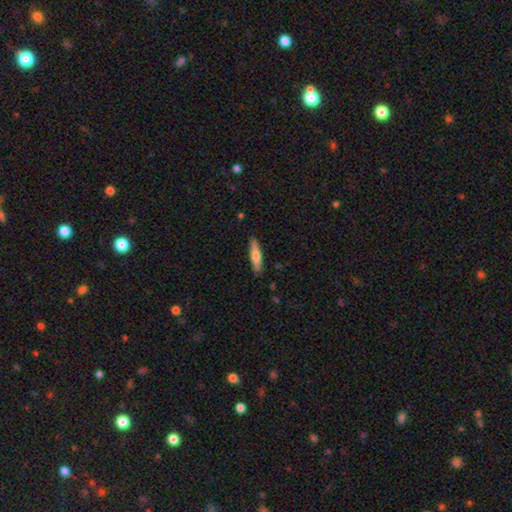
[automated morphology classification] The model was most divided on "smooth or featured": smooth: 60%, featured or disk: 34%, star or artifact: 5%. More confident: merging — none (88%); how rounded — cigar-shaped (79%).